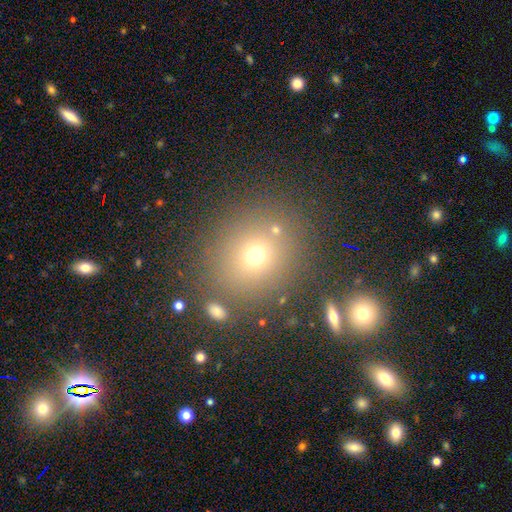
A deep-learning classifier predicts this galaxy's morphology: The model was most divided on "smooth or featured": smooth: 64%, star or artifact: 26%, featured or disk: 11%. More confident: merging — none (81%); how rounded — round (78%).